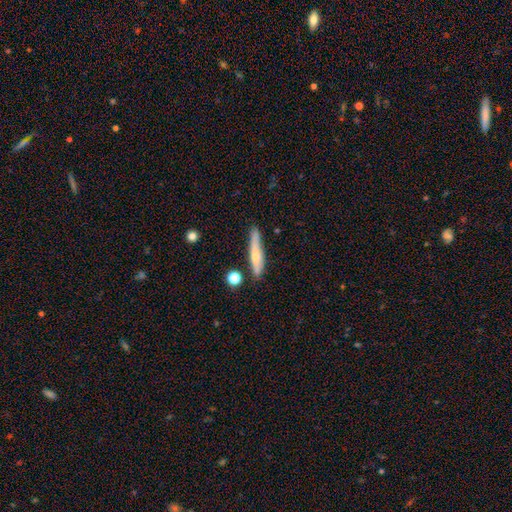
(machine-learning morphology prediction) smooth-or-featured: smooth: 58% | featured or disk: 35% | star or artifact: 7%
  how-rounded: cigar-shaped: 88% | in between: 10% | round: 2%
  merging: none: 74% | minor disturbance: 17% | merger: 5% | major disturbance: 3%